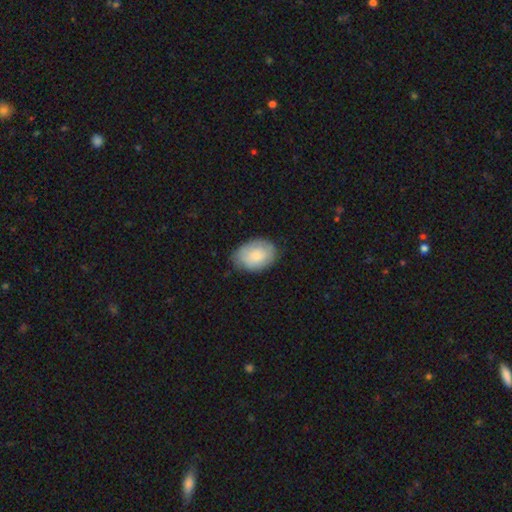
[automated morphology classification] Smooth or featured: smooth — 77% (featured or disk — 17%)
How rounded: in between — 82% (round — 17%)
Merging: none — 71% (minor disturbance — 23%)